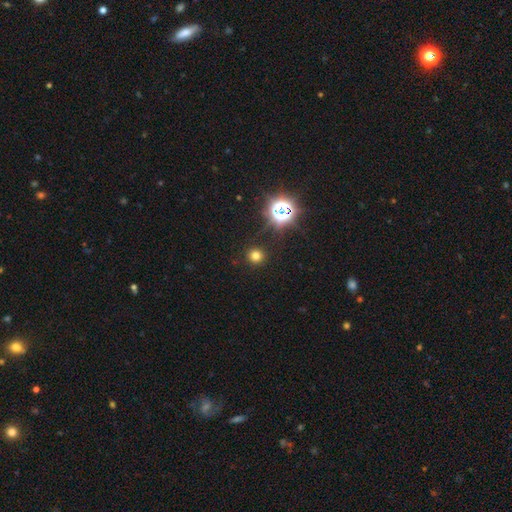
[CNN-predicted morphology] type=smooth (70%); roundness=round (94%); merging=none (91%).